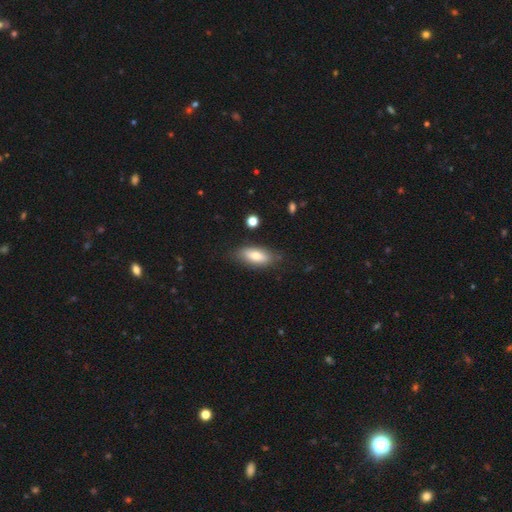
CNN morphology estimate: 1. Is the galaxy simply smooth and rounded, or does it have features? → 74% smooth, 19% featured or disk, 7% star or artifact.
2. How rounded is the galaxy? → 80% in between, 17% cigar-shaped, 3% round.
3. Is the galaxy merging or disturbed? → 79% none, 16% minor disturbance, 3% major disturbance, 2% merger.